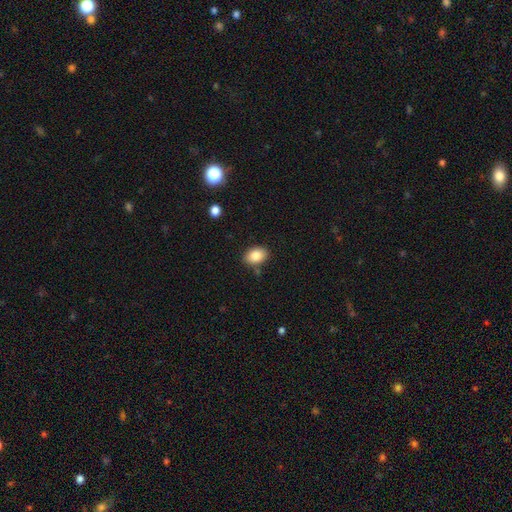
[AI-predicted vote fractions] Q: Smooth or featured?
A: smooth (86%); runner-up: star or artifact (8%)
Q: How rounded?
A: in between (79%); runner-up: round (20%)
Q: Merging?
A: none (82%); runner-up: minor disturbance (12%)